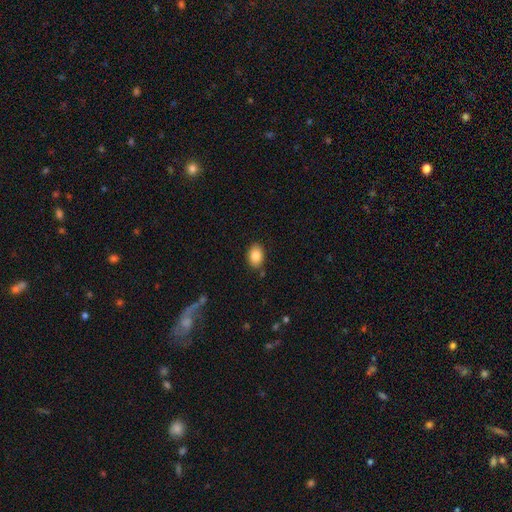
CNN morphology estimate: Smooth or featured?
  - smooth: 85% *
  - star or artifact: 8%
  - featured or disk: 7%
How rounded?
  - in between: 76% *
  - round: 23%
  - cigar-shaped: 1%
Merging?
  - none: 85% *
  - minor disturbance: 10%
  - merger: 3%
  - major disturbance: 2%